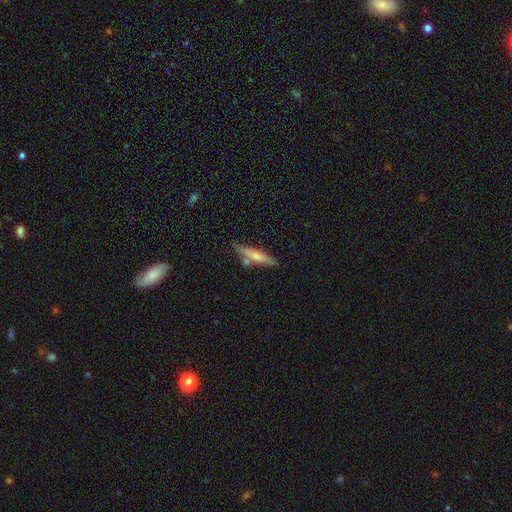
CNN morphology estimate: A smooth galaxy with no disk features (57%) that is cigar-shaped (85%).

Vote fractions:
- Smooth or featured? smooth: 57% / featured or disk: 37% / star or artifact: 6%
- How rounded? cigar-shaped: 85% / in between: 14% / round: 2%
- Merging? none: 67% / merger: 15% / minor disturbance: 14% / major disturbance: 4%